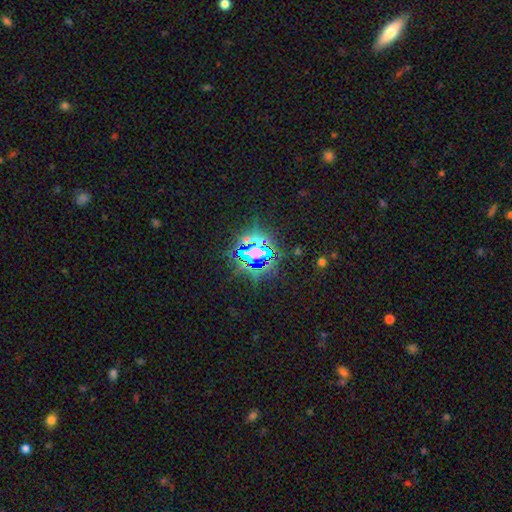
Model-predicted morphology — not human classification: Smooth or featured?
  - star or artifact: 79% *
  - smooth: 13%
  - featured or disk: 8%